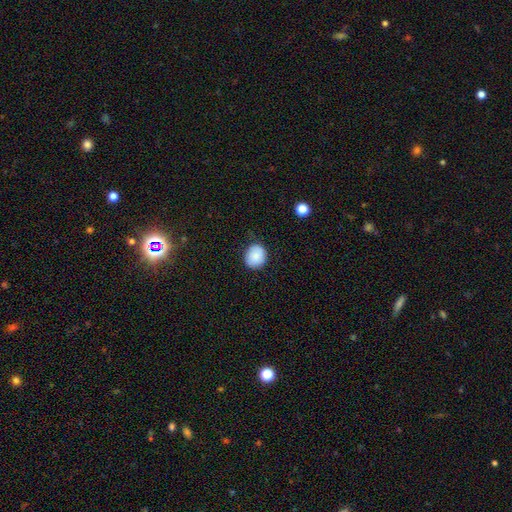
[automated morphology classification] Overall: smooth (85%). How rounded: round (72%). Merging: none (82%).